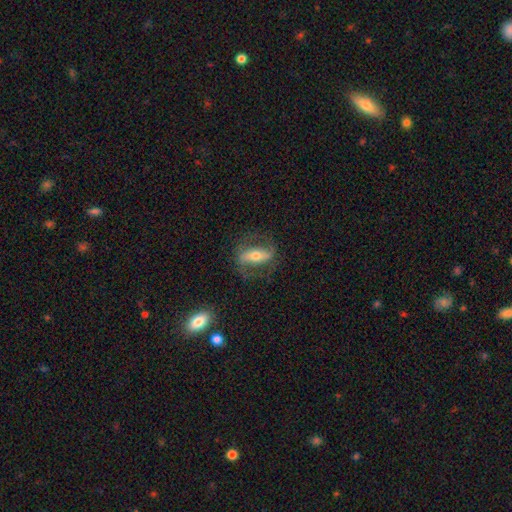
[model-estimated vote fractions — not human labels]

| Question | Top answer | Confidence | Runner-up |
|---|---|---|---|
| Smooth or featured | featured or disk | 73% | smooth (20%) |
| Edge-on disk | no | 85% | yes (15%) |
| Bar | strong | 59% | weak (23%) |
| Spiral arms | yes | 83% | no (17%) |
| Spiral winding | medium | 43% | loose (37%) |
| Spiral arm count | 2 | 86% | can't tell (7%) |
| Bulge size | moderate | 57% | small (34%) |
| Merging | none | 72% | minor disturbance (16%) |